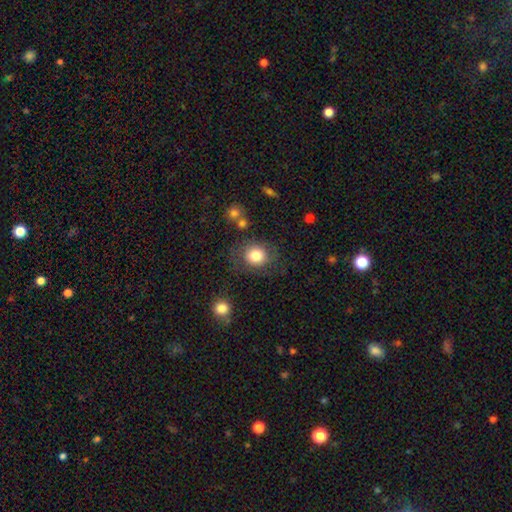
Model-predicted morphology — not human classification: Overall: smooth (80%). How rounded: round (73%). Merging: none (74%).